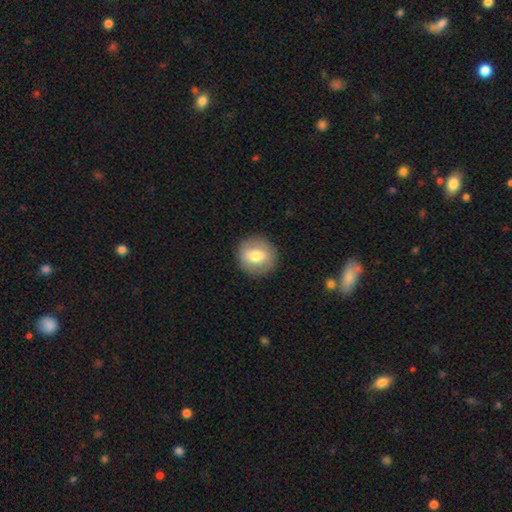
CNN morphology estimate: type=smooth (67%); roundness=round (90%); merging=none (89%).